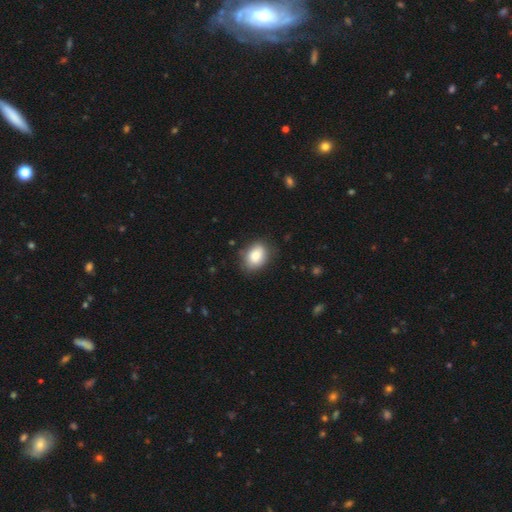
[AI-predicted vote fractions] The model was most divided on "how rounded": in between: 74%, round: 25%, cigar-shaped: 1%. More confident: smooth or featured — smooth (84%); merging — none (78%).